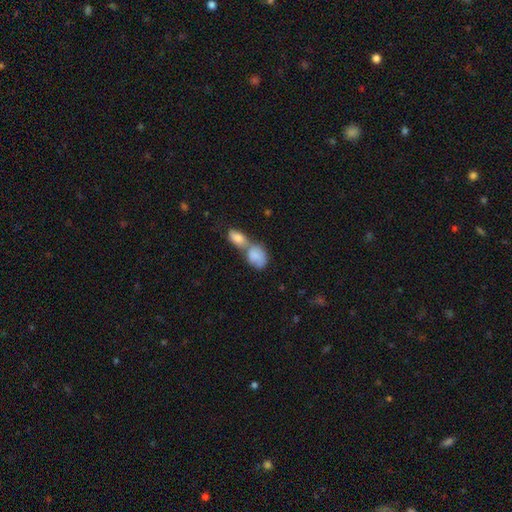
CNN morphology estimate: This appears to be a smooth galaxy with no disk features (81%) that is in between round and cigar-shaped (77%). Merging: merger (73%).